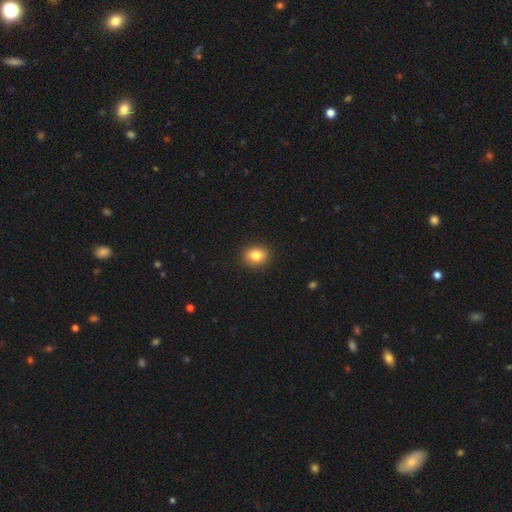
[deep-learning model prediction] smooth_or_featured: smooth (p=0.83) [alt: star or artifact p=0.10]
how_rounded: round (p=0.54) [alt: in between p=0.45]
merging: none (p=0.90) [alt: minor disturbance p=0.07]